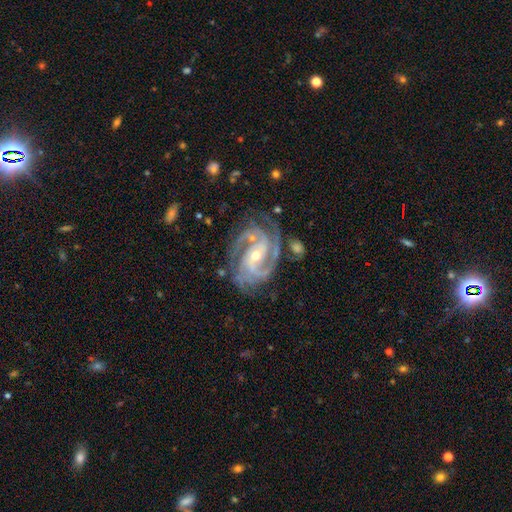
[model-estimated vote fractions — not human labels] Q: Smooth or featured?
A: featured or disk (93%); runner-up: star or artifact (4%)
Q: Edge-on disk?
A: no (97%); runner-up: yes (3%)
Q: Bar?
A: weak (37%); runner-up: no (32%)
Q: Spiral arms?
A: yes (99%); runner-up: no (1%)
Q: Spiral winding?
A: tight (58%); runner-up: medium (37%)
Q: Spiral arm count?
A: 3 (41%); runner-up: 2 (29%)
Q: Bulge size?
A: small (54%); runner-up: moderate (43%)
Q: Merging?
A: none (72%); runner-up: minor disturbance (18%)